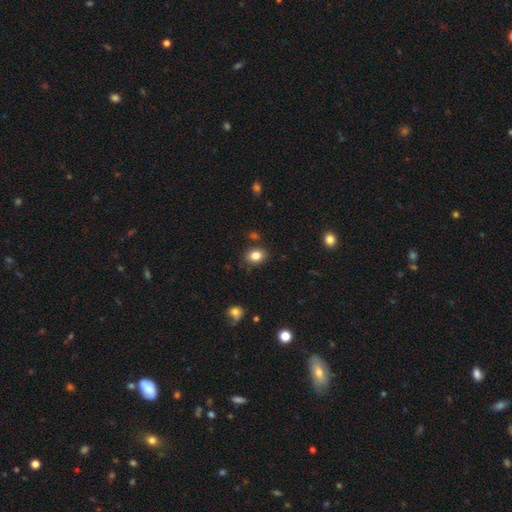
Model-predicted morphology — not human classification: Smooth or featured? Predicted: smooth (p=0.83). How rounded? Predicted: in between (p=0.57). Merging? Predicted: none (p=0.83).